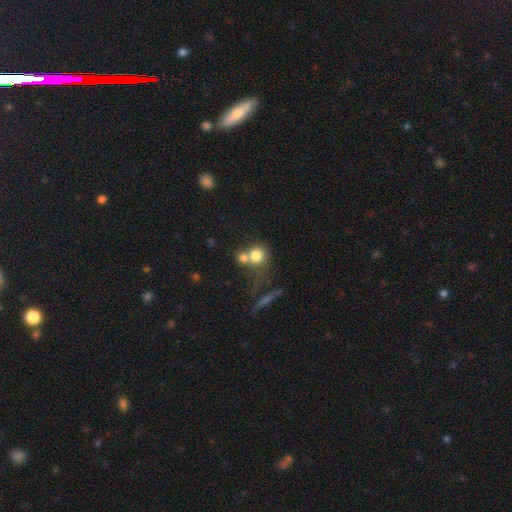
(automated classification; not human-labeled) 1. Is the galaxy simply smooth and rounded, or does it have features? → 75% smooth, 14% featured or disk, 11% star or artifact.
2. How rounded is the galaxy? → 80% round, 18% in between, 2% cigar-shaped.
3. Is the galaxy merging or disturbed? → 50% merger, 35% none, 9% minor disturbance, 6% major disturbance.